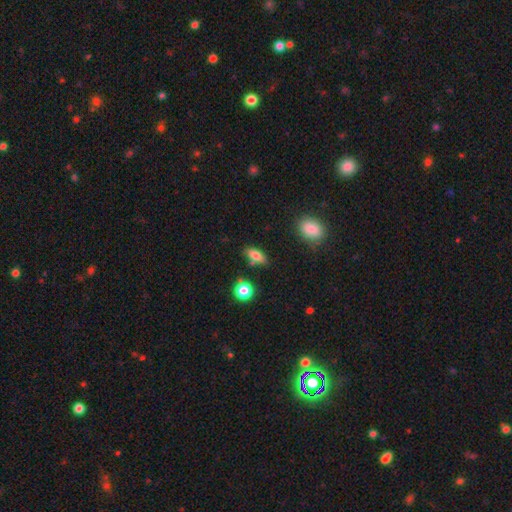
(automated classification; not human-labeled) A smooth galaxy with no disk features (77%) that is in between round and cigar-shaped (76%). Merging: none (79%).